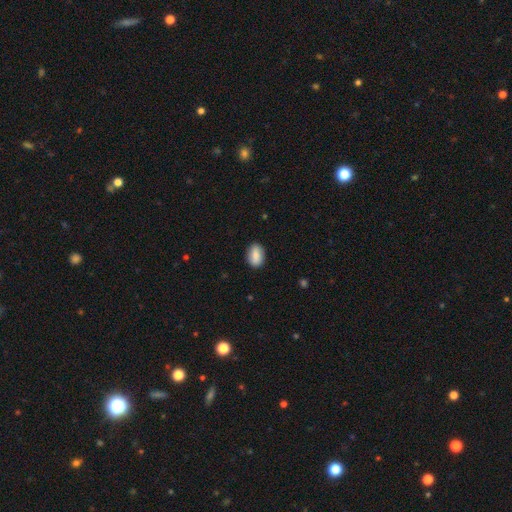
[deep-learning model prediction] This appears to be a smooth galaxy with no disk features (84%) that is in between round and cigar-shaped (84%). Merging: none (87%).